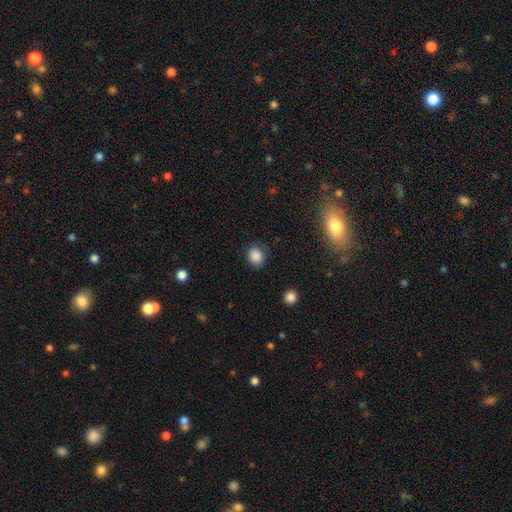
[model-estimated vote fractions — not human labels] This is clearly a smooth galaxy (86%). How rounded: possibly round (54%). Merging: clearly none (83%).